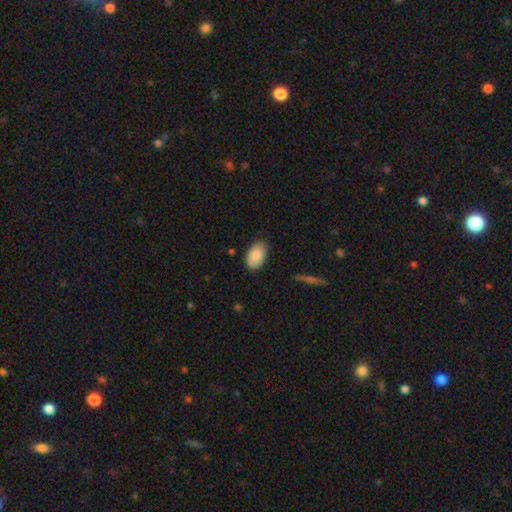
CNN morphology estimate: Smooth or featured? smooth (87%)
How rounded? in between (92%)
Merging? none (79%)